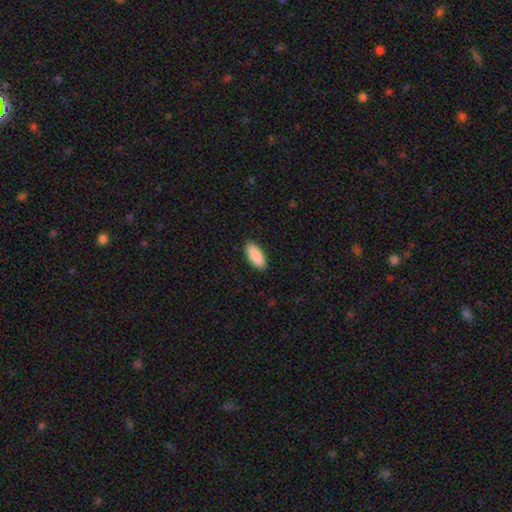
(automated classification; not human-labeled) smooth_or_featured: smooth (p=0.91) [alt: star or artifact p=0.06]
how_rounded: in between (p=0.81) [alt: cigar-shaped p=0.18]
merging: none (p=0.90) [alt: minor disturbance p=0.08]